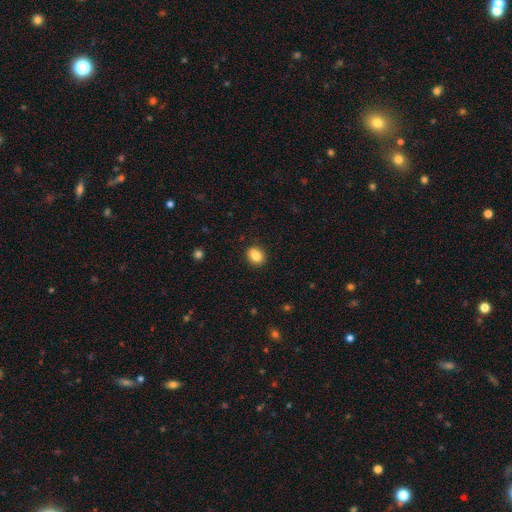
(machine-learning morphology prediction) A smooth galaxy with no disk features (82%) that is round (57%). Merging: none (81%).